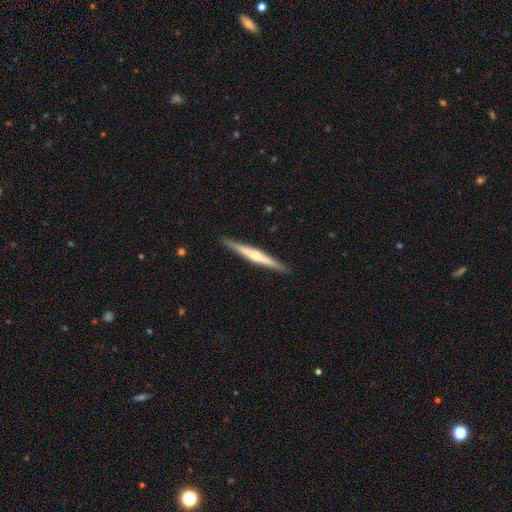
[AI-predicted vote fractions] Q: Smooth or featured?
A: featured or disk (61%); runner-up: smooth (34%)
Q: Edge-on disk?
A: yes (98%); runner-up: no (2%)
Q: Edge-on bulge?
A: rounded (54%); runner-up: none (29%)
Q: Merging?
A: none (91%); runner-up: minor disturbance (7%)